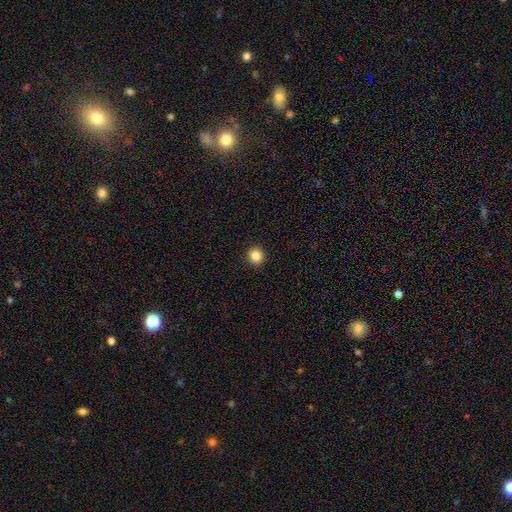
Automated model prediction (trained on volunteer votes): Q: Smooth or featured?
A: smooth (86%); runner-up: star or artifact (10%)
Q: How rounded?
A: round (93%); runner-up: in between (6%)
Q: Merging?
A: none (93%); runner-up: minor disturbance (4%)